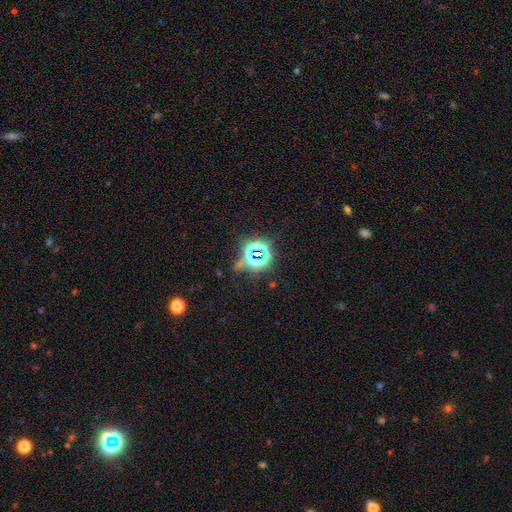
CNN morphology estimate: Smooth or featured?
  - star or artifact: 77% *
  - smooth: 15%
  - featured or disk: 8%